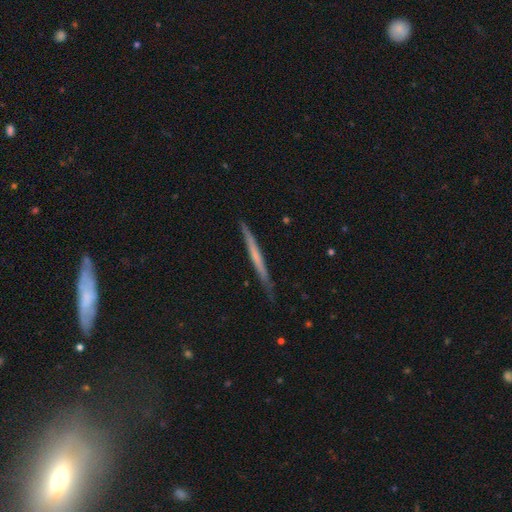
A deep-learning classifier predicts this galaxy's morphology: Smooth or featured? featured or disk (53%)
Edge-on disk? yes (97%)
Edge-on bulge? none (83%)
Merging? none (87%)